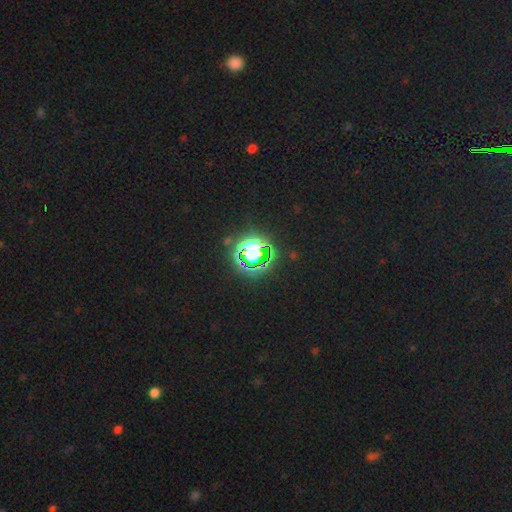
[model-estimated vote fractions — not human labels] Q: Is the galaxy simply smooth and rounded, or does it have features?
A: star or artifact — 80%.